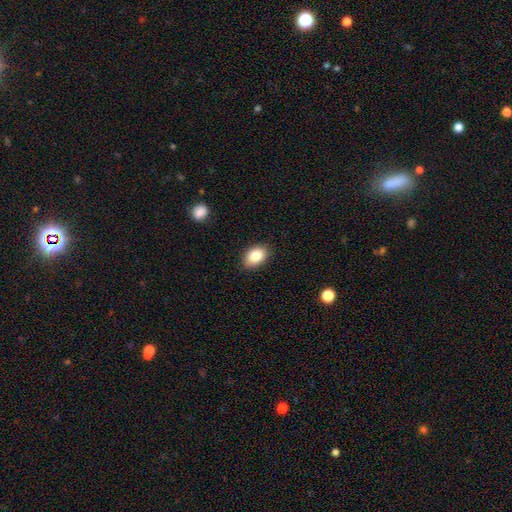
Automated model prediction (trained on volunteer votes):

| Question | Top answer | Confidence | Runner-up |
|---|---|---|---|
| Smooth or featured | smooth | 85% | star or artifact (8%) |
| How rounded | in between | 84% | round (15%) |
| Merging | none | 86% | minor disturbance (10%) |